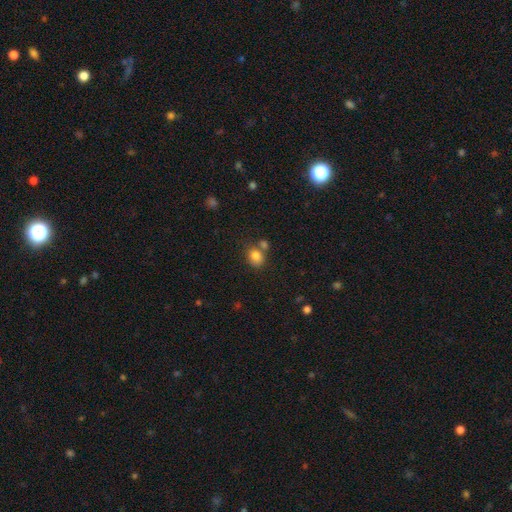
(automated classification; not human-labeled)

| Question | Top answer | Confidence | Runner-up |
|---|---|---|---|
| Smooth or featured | smooth | 81% | star or artifact (11%) |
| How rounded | round | 55% | in between (44%) |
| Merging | none | 57% | merger (25%) |